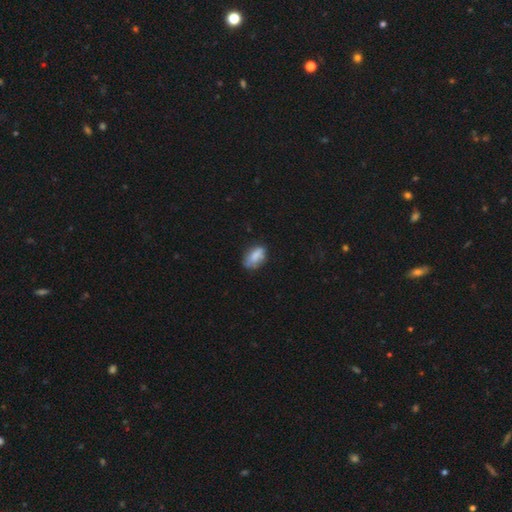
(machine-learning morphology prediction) smooth 74%, featured or disk 17%, star or artifact 8%. Down the decision tree: how rounded — in between (88%); merging — none (60%).